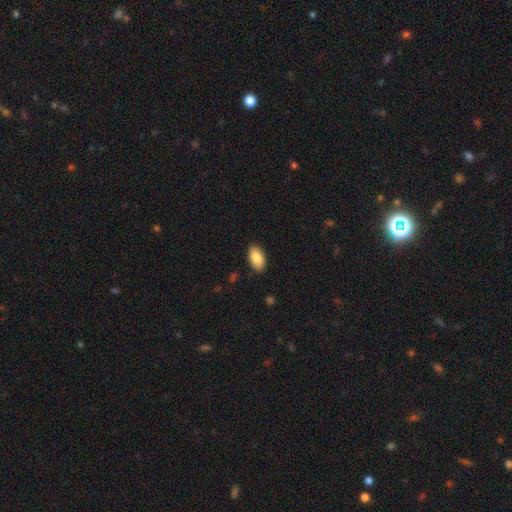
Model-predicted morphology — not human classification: smooth 87%, featured or disk 7%, star or artifact 6%. Down the decision tree: how rounded — in between (95%); merging — none (88%).